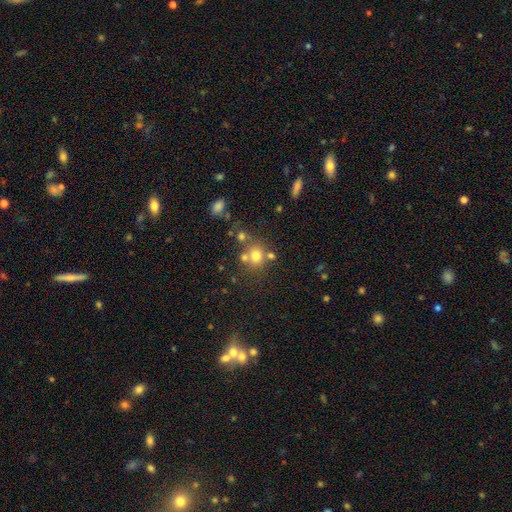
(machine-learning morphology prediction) Smooth or featured?
  - smooth: 70% *
  - star or artifact: 16%
  - featured or disk: 14%
How rounded?
  - round: 79% *
  - in between: 20%
  - cigar-shaped: 1%
Merging?
  - none: 57% *
  - merger: 26%
  - minor disturbance: 11%
  - major disturbance: 5%